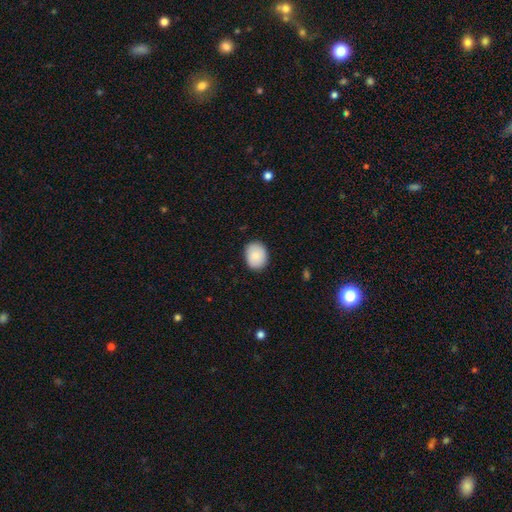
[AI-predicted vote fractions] A smooth galaxy with no disk features (87%) that is in between round and cigar-shaped (54%).

Vote fractions:
- Smooth or featured? smooth: 87% / featured or disk: 7% / star or artifact: 6%
- How rounded? in between: 54% / round: 45% / cigar-shaped: 1%
- Merging? none: 87% / minor disturbance: 10% / major disturbance: 2% / merger: 1%